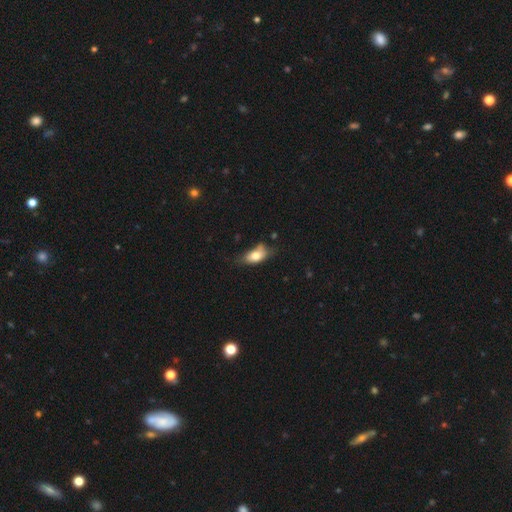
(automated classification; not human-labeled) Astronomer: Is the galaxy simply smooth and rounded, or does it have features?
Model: smooth — 74%.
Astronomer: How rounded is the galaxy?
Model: in between — 88%.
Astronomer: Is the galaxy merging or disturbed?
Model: none — 48% (runner-up: minor disturbance, 36%).